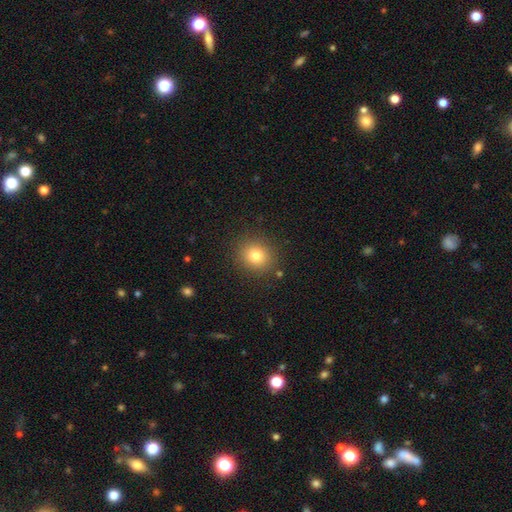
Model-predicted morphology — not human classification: Smooth or featured?
  - smooth: 78% *
  - star or artifact: 13%
  - featured or disk: 8%
How rounded?
  - round: 84% *
  - in between: 15%
  - cigar-shaped: 1%
Merging?
  - none: 88% *
  - minor disturbance: 8%
  - major disturbance: 3%
  - merger: 2%